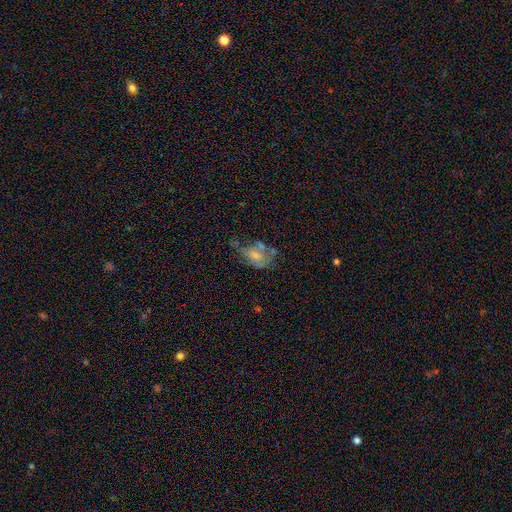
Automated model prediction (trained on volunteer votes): Q: Smooth or featured?
A: smooth (46%); runner-up: featured or disk (43%)
Q: Merging?
A: major disturbance (36%); runner-up: minor disturbance (25%)